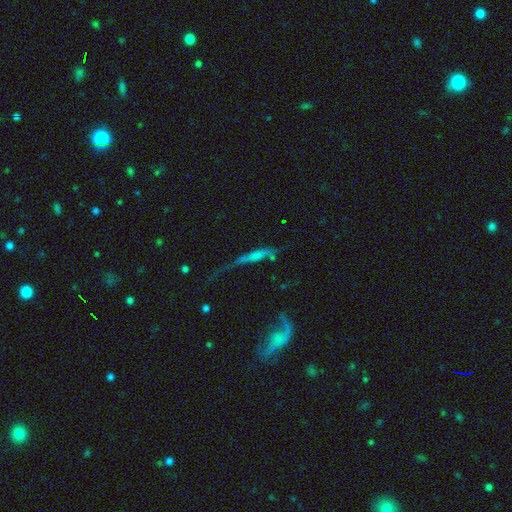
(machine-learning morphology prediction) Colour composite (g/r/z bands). It shows a featured or disk galaxy (44%, tied with smooth). Merging: major disturbance (32%).